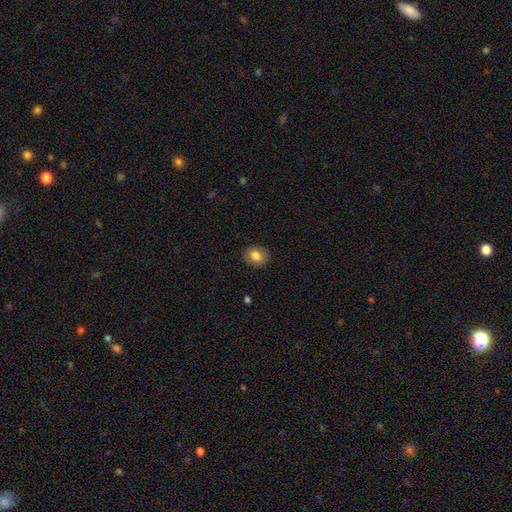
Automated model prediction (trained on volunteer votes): Smooth or featured? smooth (80%)
How rounded? round (61%)
Merging? none (89%)